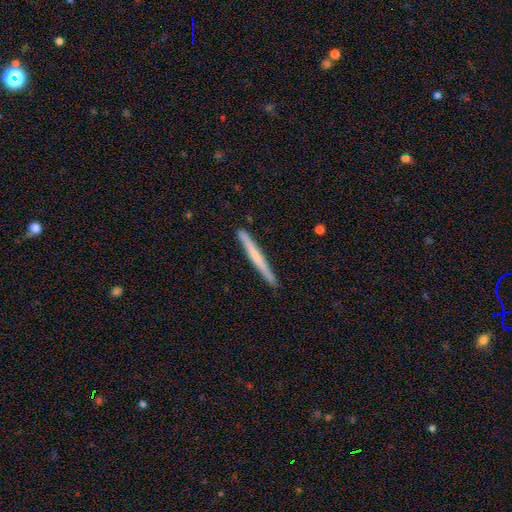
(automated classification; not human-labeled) Overall: smooth (54%; featured or disk 41%). How rounded: cigar-shaped (97%). Merging: none (91%).